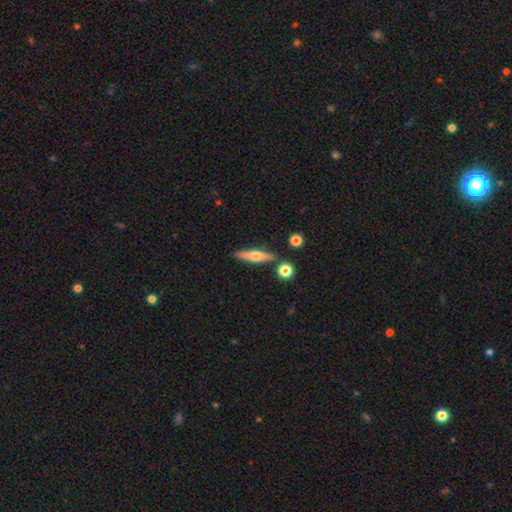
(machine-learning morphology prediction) Smooth or featured? featured or disk (52%)
Edge-on disk? yes (94%)
Merging? none (82%)